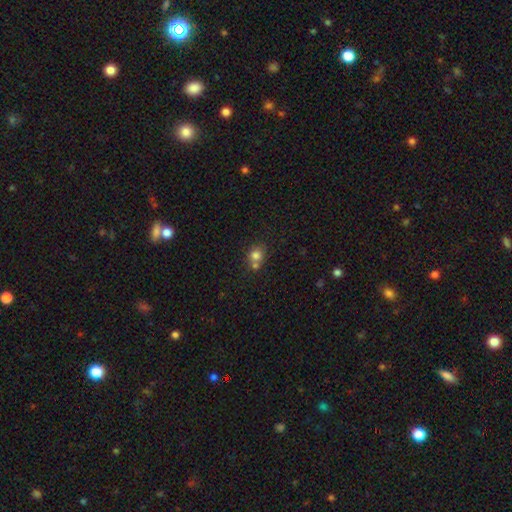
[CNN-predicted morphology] This is likely a smooth galaxy (78%). How rounded: likely round (79%). Merging: possibly none (48%).